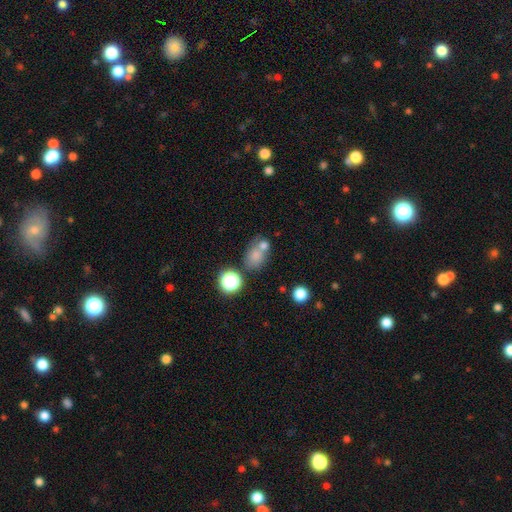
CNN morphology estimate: Smooth or featured: smooth — 73% (star or artifact — 15%)
How rounded: in between — 57% (round — 41%)
Merging: none — 44% (merger — 35%)